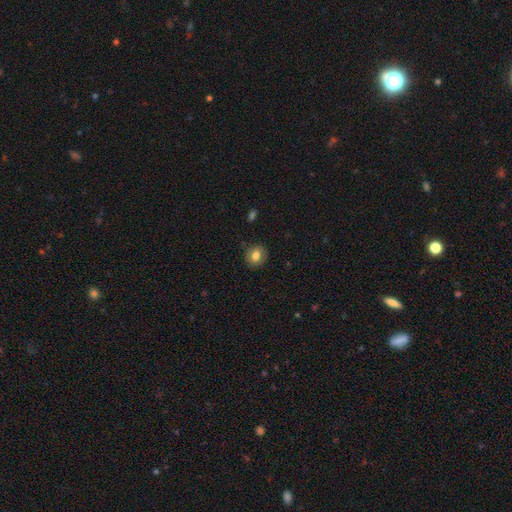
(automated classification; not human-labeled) smooth-or-featured: smooth: 80% | featured or disk: 11% | star or artifact: 9%
  how-rounded: round: 73% | in between: 26% | cigar-shaped: 1%
  merging: none: 87% | minor disturbance: 9% | major disturbance: 2% | merger: 1%